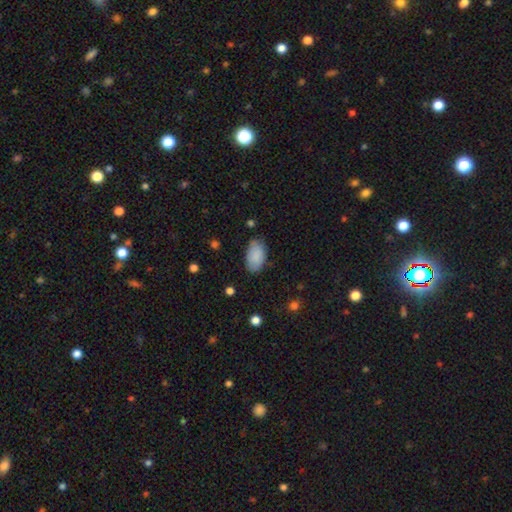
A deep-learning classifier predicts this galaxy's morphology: Smooth or featured? Predicted: smooth (p=0.87). How rounded? Predicted: in between (p=0.94). Merging? Predicted: none (p=0.77).